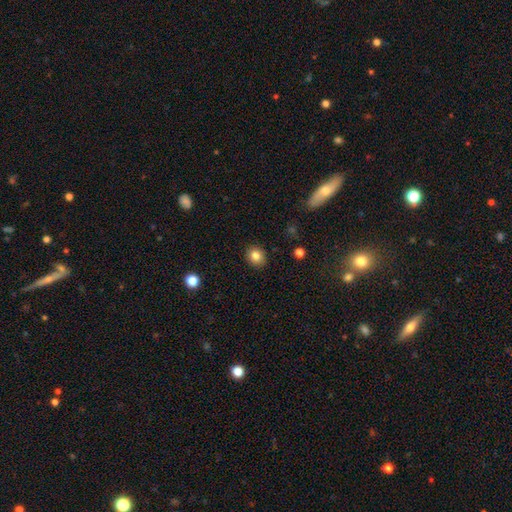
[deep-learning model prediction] Smooth or featured: smooth — 83% (star or artifact — 10%)
How rounded: round — 74% (in between — 25%)
Merging: none — 90% (minor disturbance — 7%)